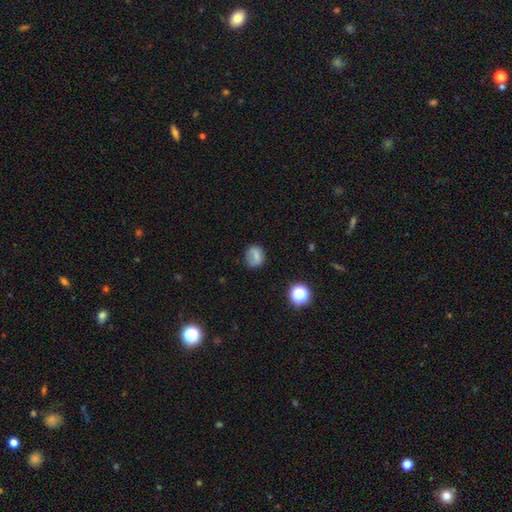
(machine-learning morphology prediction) This appears to be a smooth galaxy with no disk features (70%) that is round (68%). Merging: none (71%).